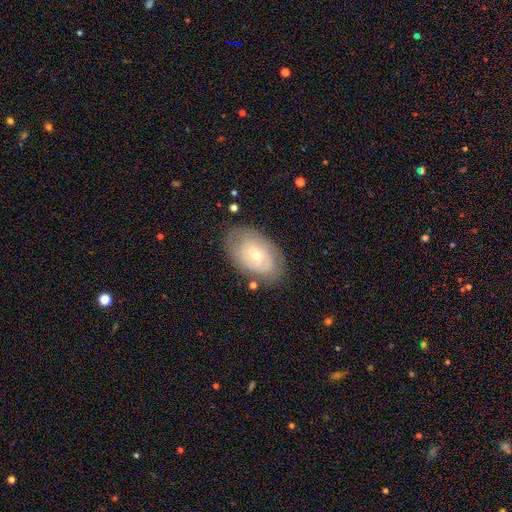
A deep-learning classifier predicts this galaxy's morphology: The model was most divided on "smooth or featured": smooth: 48%, featured or disk: 44%, star or artifact: 8%. More confident: merging — none (78%).